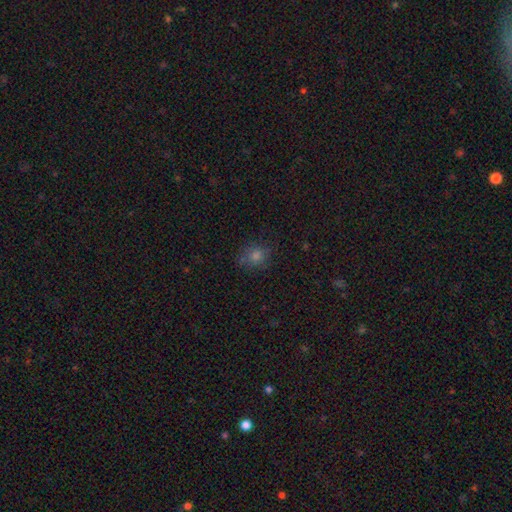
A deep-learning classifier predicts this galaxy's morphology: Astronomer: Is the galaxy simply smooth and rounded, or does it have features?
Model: smooth — 72%.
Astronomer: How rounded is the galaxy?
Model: round — 74%.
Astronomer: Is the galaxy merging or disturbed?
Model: none — 80%.